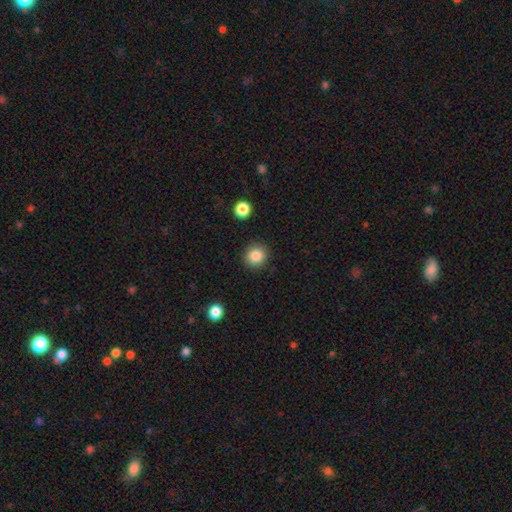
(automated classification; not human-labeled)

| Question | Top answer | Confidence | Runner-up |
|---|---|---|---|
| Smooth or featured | smooth | 86% | star or artifact (10%) |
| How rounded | round | 90% | in between (9%) |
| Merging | none | 89% | minor disturbance (7%) |